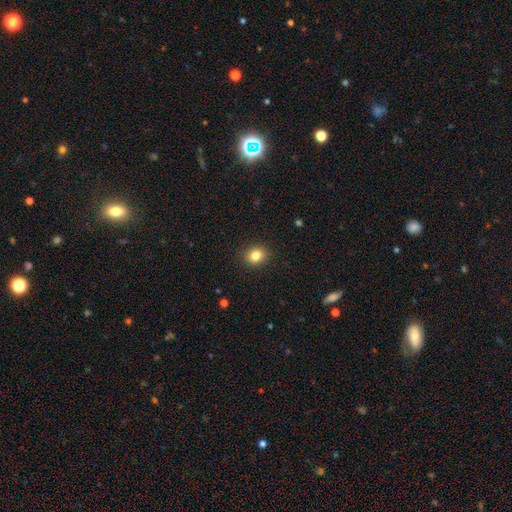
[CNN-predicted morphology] Smooth or featured: smooth — 83% (star or artifact — 11%)
How rounded: round — 68% (in between — 31%)
Merging: none — 90% (minor disturbance — 7%)